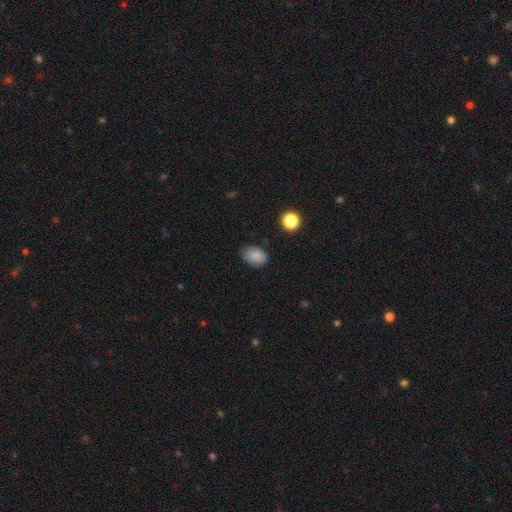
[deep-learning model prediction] smooth_or_featured: smooth (p=0.85) [alt: star or artifact p=0.09]
how_rounded: in between (p=0.78) [alt: round p=0.21]
merging: none (p=0.72) [alt: minor disturbance p=0.22]